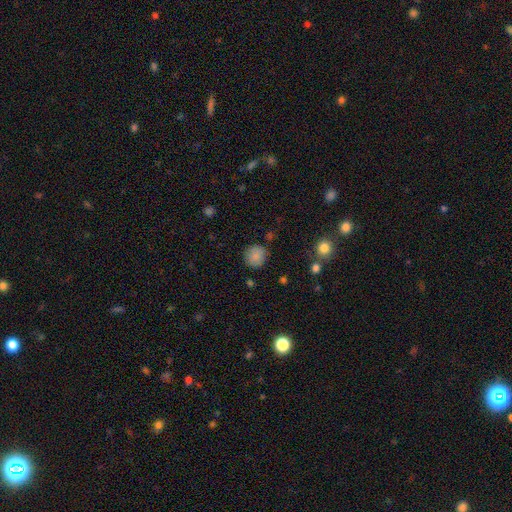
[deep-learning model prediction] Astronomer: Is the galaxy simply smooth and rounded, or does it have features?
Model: smooth — 85%.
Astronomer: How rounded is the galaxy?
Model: round — 90%.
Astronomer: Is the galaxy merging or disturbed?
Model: none — 85%.